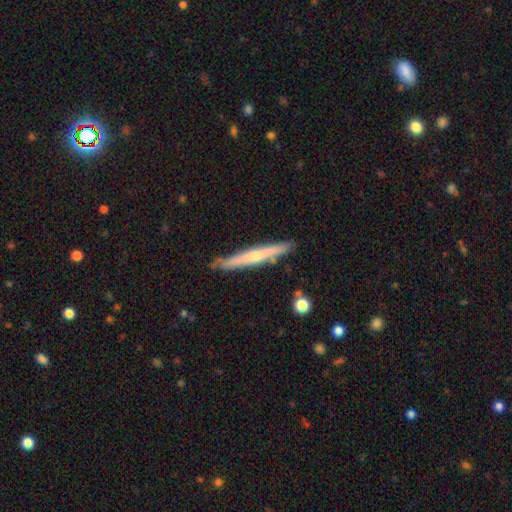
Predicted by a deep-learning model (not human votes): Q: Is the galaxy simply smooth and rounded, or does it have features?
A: featured or disk — 56%.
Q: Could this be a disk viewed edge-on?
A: yes — 95%.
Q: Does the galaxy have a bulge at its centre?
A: rounded — 59%.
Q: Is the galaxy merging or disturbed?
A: none — 84%.